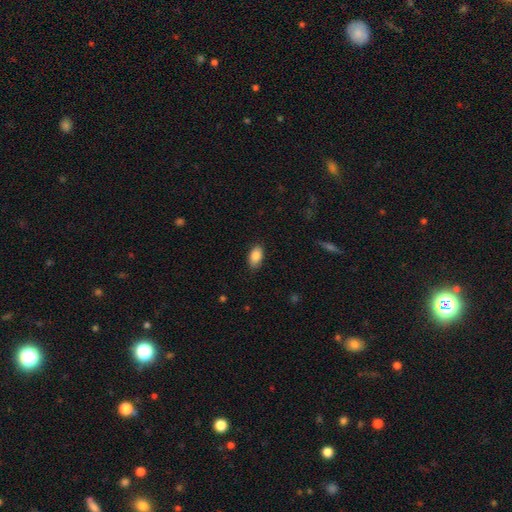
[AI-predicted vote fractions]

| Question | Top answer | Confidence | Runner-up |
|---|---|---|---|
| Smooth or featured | smooth | 87% | star or artifact (7%) |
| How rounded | in between | 92% | round (5%) |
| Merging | none | 85% | minor disturbance (12%) |